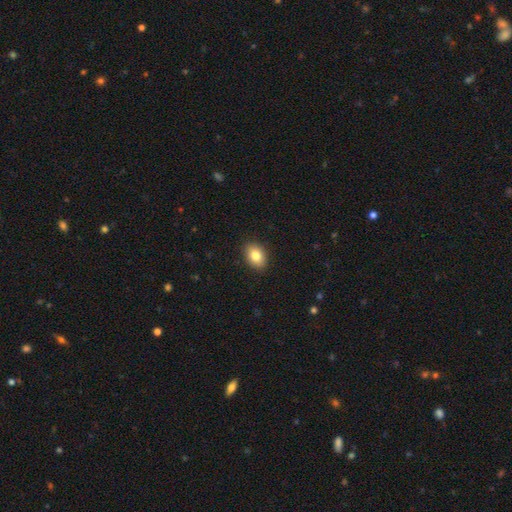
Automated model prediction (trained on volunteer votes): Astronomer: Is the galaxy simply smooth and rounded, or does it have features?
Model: smooth — 83%.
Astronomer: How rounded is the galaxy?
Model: in between — 80%.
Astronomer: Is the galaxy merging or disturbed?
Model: none — 89%.